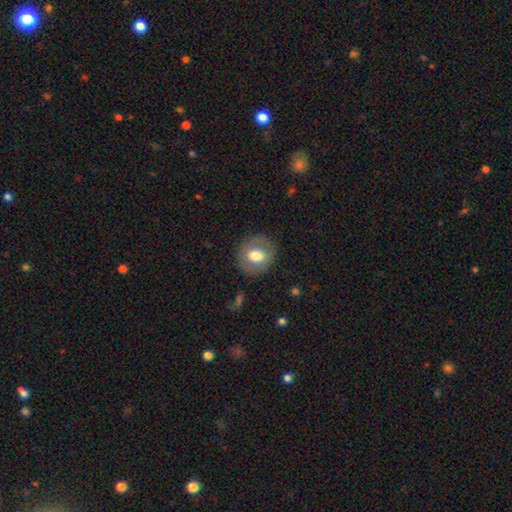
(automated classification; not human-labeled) Smooth or featured?
  - smooth: 64% *
  - featured or disk: 29%
  - star or artifact: 8%
How rounded?
  - round: 74% *
  - in between: 25%
  - cigar-shaped: 1%
Merging?
  - none: 83% *
  - minor disturbance: 11%
  - major disturbance: 5%
  - merger: 1%